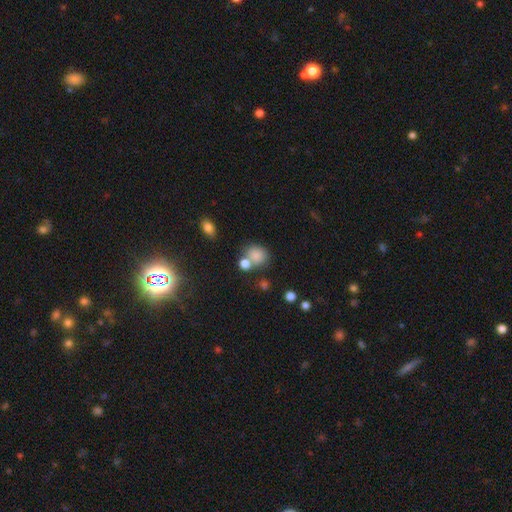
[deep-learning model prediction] This appears to be a smooth galaxy with no disk features (81%) that is round (69%). Merging: none (52%).